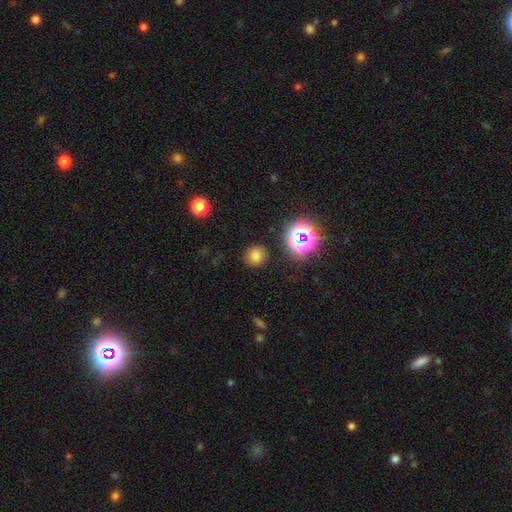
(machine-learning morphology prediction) A smooth galaxy with no disk features (74%) that is round (86%). Merging: none (86%).